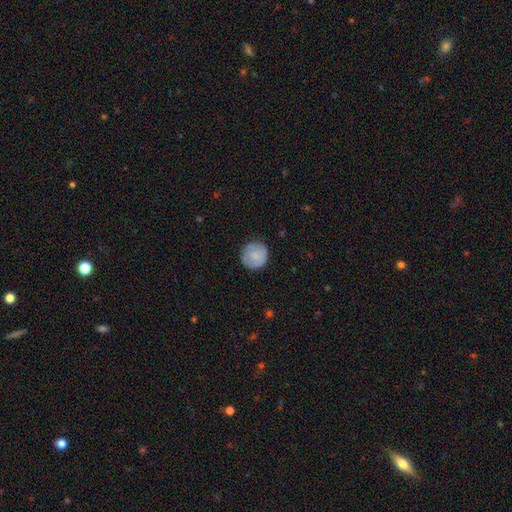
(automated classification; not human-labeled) Morphology: type=smooth (83%); roundness=round (94%); merging=none (86%).